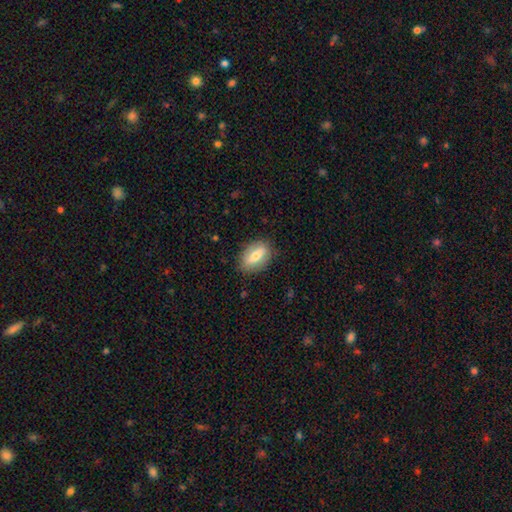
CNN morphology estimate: smooth-or-featured: smooth: 61% | featured or disk: 32% | star or artifact: 7%
  how-rounded: in between: 82% | cigar-shaped: 9% | round: 9%
  merging: none: 84% | minor disturbance: 12% | major disturbance: 3% | merger: 1%